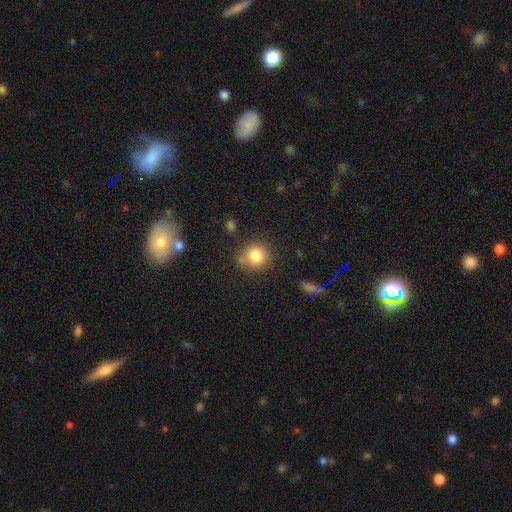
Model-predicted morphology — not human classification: Smooth or featured: smooth — 84% (star or artifact — 10%)
How rounded: round — 90% (in between — 9%)
Merging: none — 77% (minor disturbance — 13%)